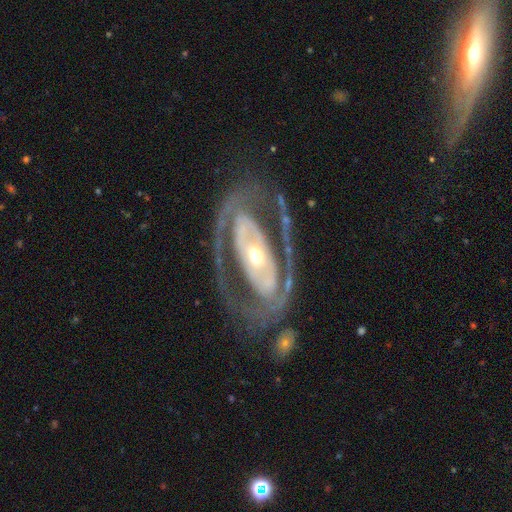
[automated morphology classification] Q: Smooth or featured?
A: featured or disk (85%); runner-up: smooth (11%)
Q: Edge-on disk?
A: no (93%); runner-up: yes (7%)
Q: Bar?
A: no (52%); runner-up: strong (26%)
Q: Spiral arms?
A: yes (68%); runner-up: no (32%)
Q: Spiral winding?
A: medium (40%); runner-up: tight (39%)
Q: Spiral arm count?
A: 2 (74%); runner-up: can't tell (12%)
Q: Bulge size?
A: moderate (62%); runner-up: small (27%)
Q: Merging?
A: none (66%); runner-up: major disturbance (17%)